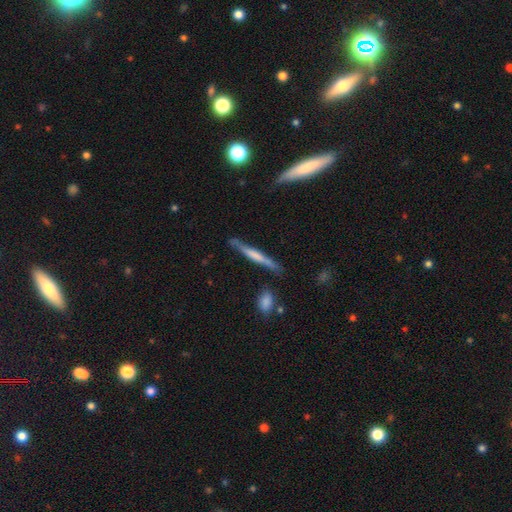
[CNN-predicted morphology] smooth_or_featured: featured or disk (p=0.49) [alt: smooth p=0.45]
merging: none (p=0.79) [alt: minor disturbance p=0.14]